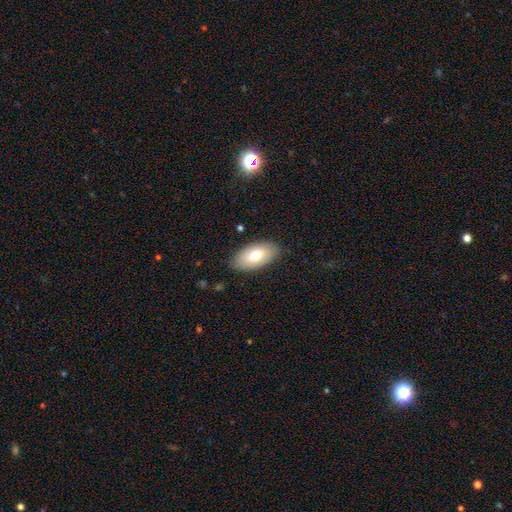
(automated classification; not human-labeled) Smooth or featured?
  - smooth: 70% *
  - featured or disk: 24%
  - star or artifact: 6%
How rounded?
  - in between: 94% *
  - cigar-shaped: 3%
  - round: 3%
Merging?
  - none: 85% *
  - minor disturbance: 12%
  - major disturbance: 3%
  - merger: 1%